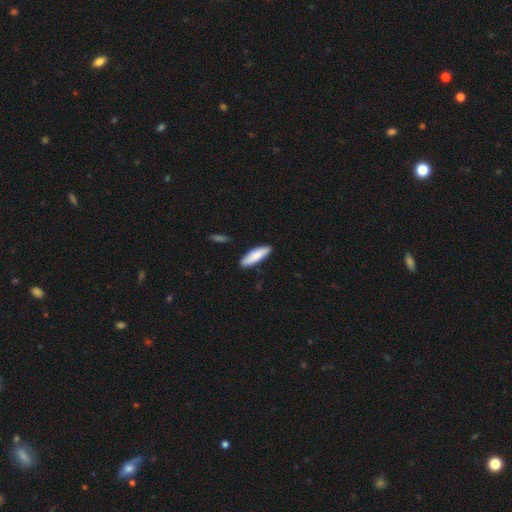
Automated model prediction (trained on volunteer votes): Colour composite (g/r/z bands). It shows a smooth galaxy with no disk features (81%) that is cigar-shaped (53%). Merging: none (87%).